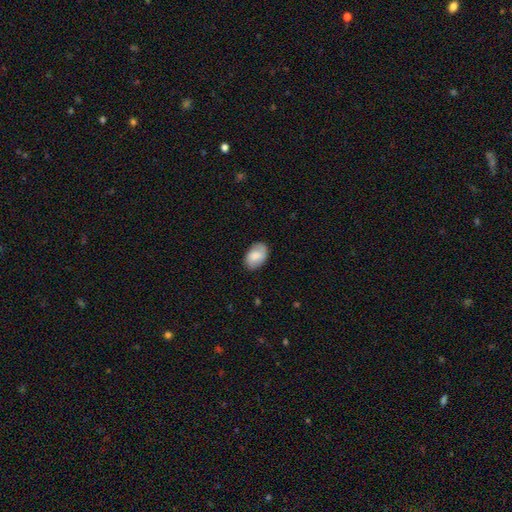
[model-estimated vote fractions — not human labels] Smooth or featured: smooth — 74% (featured or disk — 19%)
How rounded: in between — 89% (round — 10%)
Merging: none — 78% (minor disturbance — 17%)